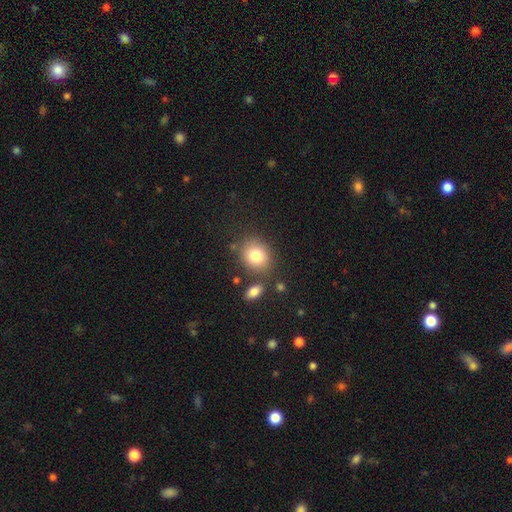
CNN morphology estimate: Smooth or featured?
  - smooth: 81% *
  - star or artifact: 10%
  - featured or disk: 10%
How rounded?
  - round: 63% *
  - in between: 36%
  - cigar-shaped: 1%
Merging?
  - none: 75% *
  - minor disturbance: 12%
  - merger: 9%
  - major disturbance: 4%